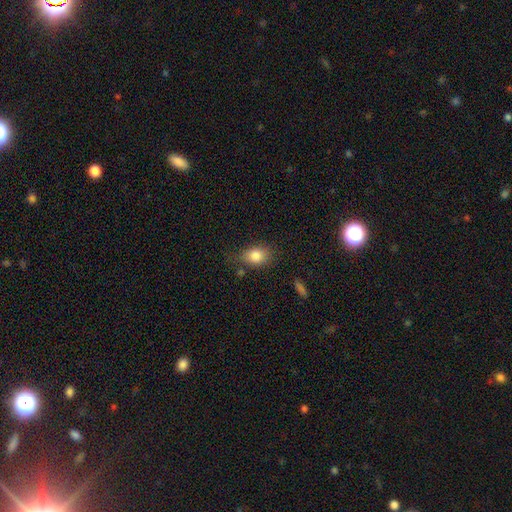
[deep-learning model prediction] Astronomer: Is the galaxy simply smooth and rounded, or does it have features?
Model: smooth — 83%.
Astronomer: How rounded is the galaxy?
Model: in between — 68%.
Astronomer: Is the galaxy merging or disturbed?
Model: none — 66%.